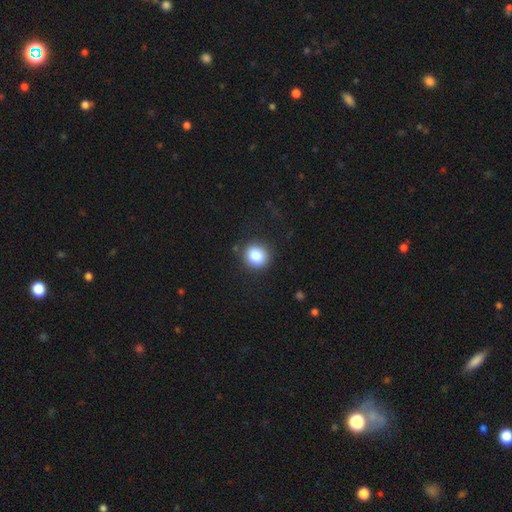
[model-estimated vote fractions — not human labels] Smooth or featured?
  - smooth: 86% *
  - star or artifact: 9%
  - featured or disk: 5%
How rounded?
  - round: 83% *
  - in between: 16%
  - cigar-shaped: 1%
Merging?
  - none: 86% *
  - minor disturbance: 9%
  - major disturbance: 3%
  - merger: 2%